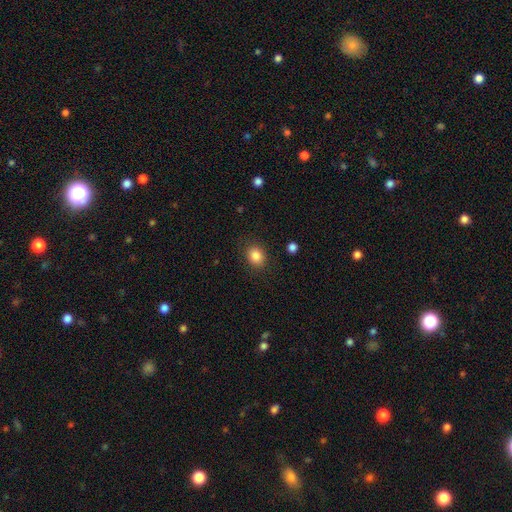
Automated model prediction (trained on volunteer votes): Smooth or featured? Predicted: smooth (p=0.86). How rounded? Predicted: round (p=0.55). Merging? Predicted: none (p=0.86).